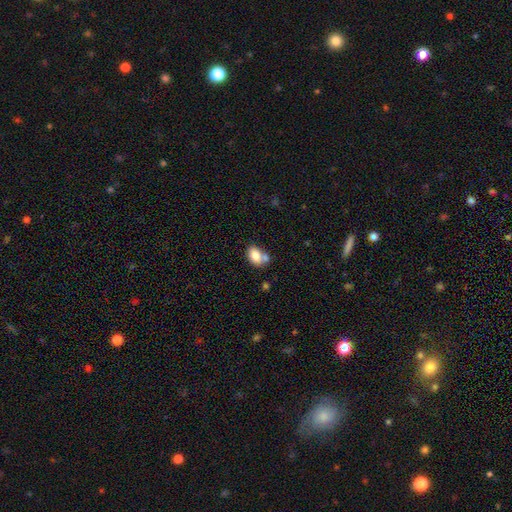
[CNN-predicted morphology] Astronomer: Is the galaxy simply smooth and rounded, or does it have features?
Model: smooth — 80%.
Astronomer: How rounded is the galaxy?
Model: in between — 82%.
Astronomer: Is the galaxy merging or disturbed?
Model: none — 40% (runner-up: merger, 38%).